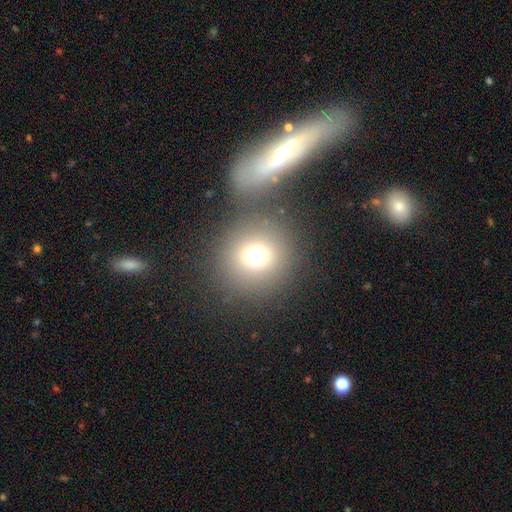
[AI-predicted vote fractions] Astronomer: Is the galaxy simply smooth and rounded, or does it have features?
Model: smooth — 72%.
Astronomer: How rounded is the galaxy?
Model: round — 91%.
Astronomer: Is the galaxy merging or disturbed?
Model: none — 69%.